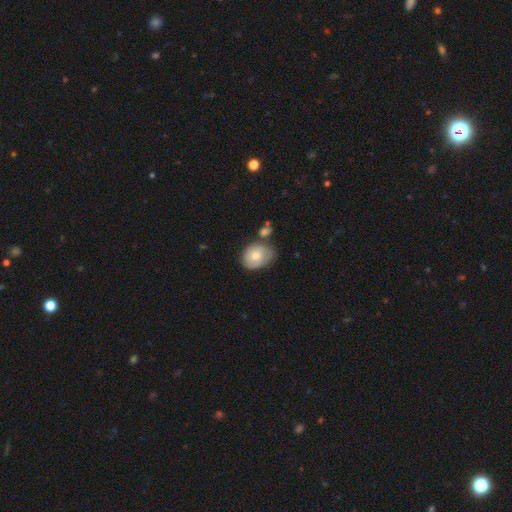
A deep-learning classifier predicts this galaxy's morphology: The model was most divided on "how rounded": in between: 56%, round: 43%, cigar-shaped: 1%. Remaining: smooth or featured — smooth (66%); merging — none (48%).